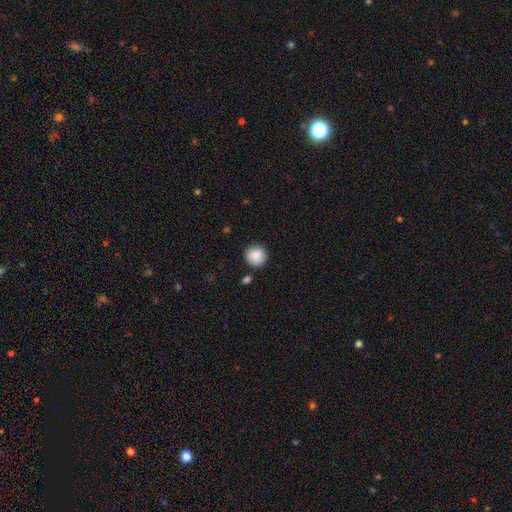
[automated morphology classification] This is clearly a smooth galaxy (88%). How rounded: clearly round (95%). Merging: clearly none (88%).